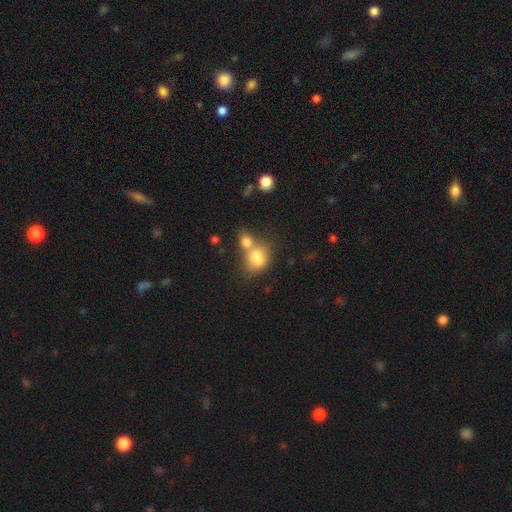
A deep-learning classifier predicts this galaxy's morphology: smooth_or_featured: smooth (p=0.75) [alt: featured or disk p=0.15]
how_rounded: in between (p=0.67) [alt: round p=0.31]
merging: merger (p=0.58) [alt: none p=0.25]